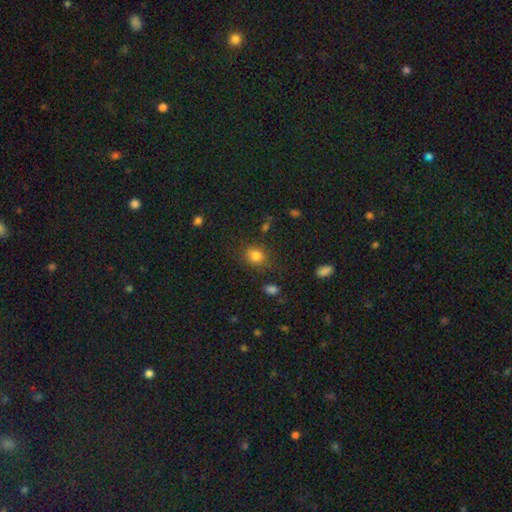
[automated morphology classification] A smooth galaxy with no disk features (81%) that is round (65%).

Vote fractions:
- Smooth or featured? smooth: 81% / star or artifact: 13% / featured or disk: 6%
- How rounded? round: 65% / in between: 34% / cigar-shaped: 1%
- Merging? none: 77% / minor disturbance: 14% / major disturbance: 5% / merger: 3%